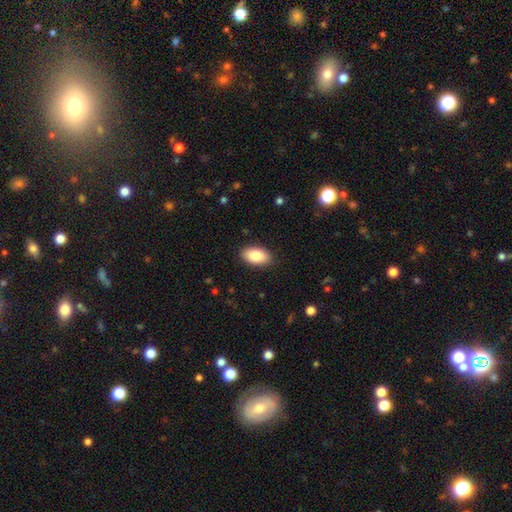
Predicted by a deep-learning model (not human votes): A smooth galaxy with no disk features (84%) that is in between round and cigar-shaped (94%). Merging: none (89%).